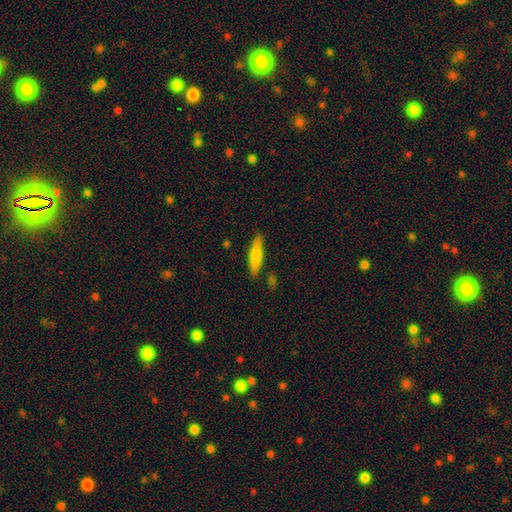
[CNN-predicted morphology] type=smooth (77%); roundness=cigar-shaped (75%); merging=none (85%).